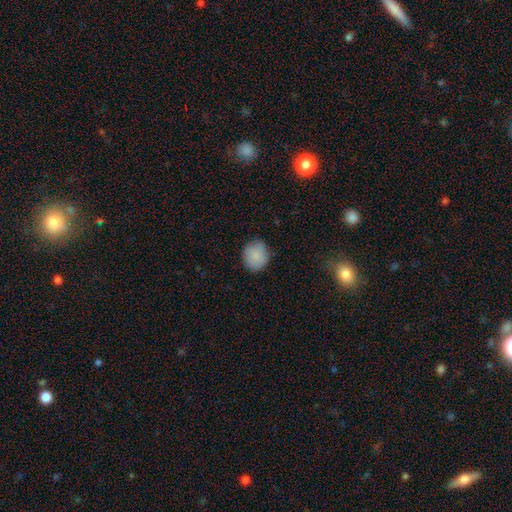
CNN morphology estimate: This appears to be a smooth galaxy with no disk features (86%) that is round (75%). Merging: none (79%).